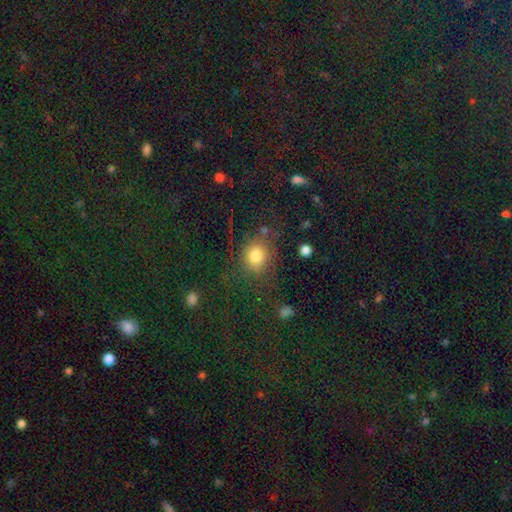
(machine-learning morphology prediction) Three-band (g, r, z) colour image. It shows a smooth galaxy with no disk features (73%) that is round (73%). Merging: none (70%).